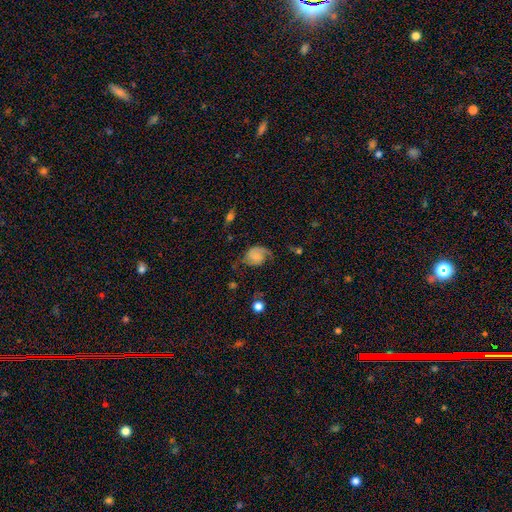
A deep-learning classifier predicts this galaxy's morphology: A featured or disk galaxy (56%) with no bar (68%), spiral arms (90%) and no central bulge (44%).

Vote fractions:
- Smooth or featured? featured or disk: 56% / smooth: 34% / star or artifact: 9%
- Edge-on disk? no: 98% / yes: 2%
- Bar? no: 68% / weak: 27% / strong: 5%
- Spiral arms? yes: 90% / no: 10%
- Bulge size? none: 44% / small: 29% / moderate: 15% / large: 8% / dominant: 4%
- Merging? none: 47% / minor disturbance: 27% / major disturbance: 24% / merger: 2%